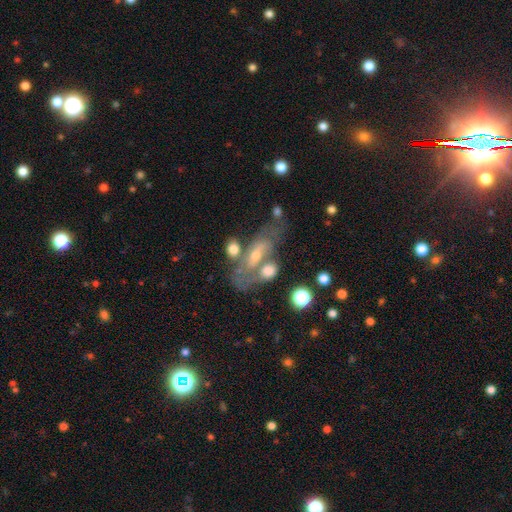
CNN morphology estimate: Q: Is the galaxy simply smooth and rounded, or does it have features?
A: featured or disk — 57%.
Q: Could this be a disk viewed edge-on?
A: no — 78%.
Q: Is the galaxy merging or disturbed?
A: none — 40%.